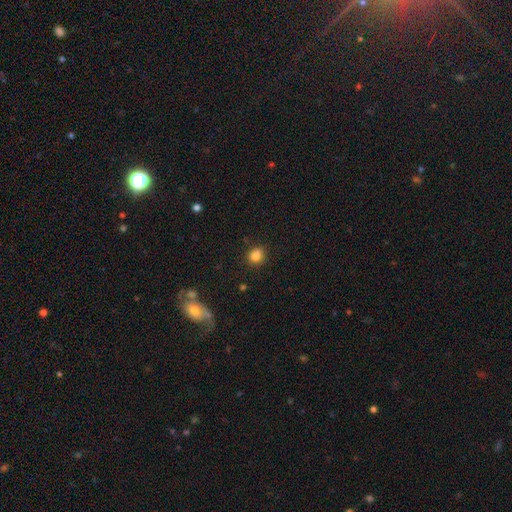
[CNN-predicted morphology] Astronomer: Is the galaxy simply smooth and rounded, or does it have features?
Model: smooth — 84%.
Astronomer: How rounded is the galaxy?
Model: round — 62% (runner-up: in between, 37%).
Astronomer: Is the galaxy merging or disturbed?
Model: none — 82%.